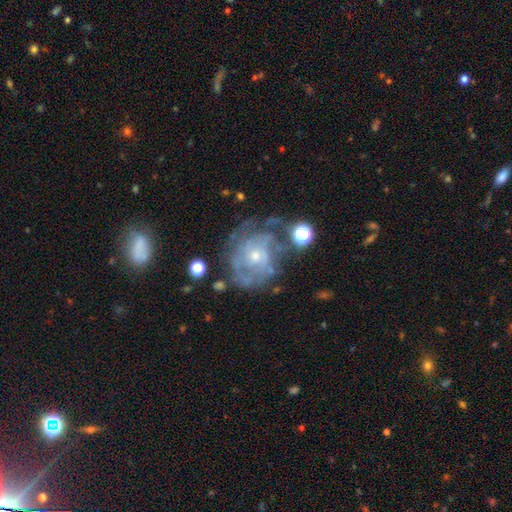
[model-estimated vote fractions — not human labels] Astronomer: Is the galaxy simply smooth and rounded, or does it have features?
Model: featured or disk — 79%.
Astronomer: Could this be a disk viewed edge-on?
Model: no — 97%.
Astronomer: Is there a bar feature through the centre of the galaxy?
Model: no — 78%.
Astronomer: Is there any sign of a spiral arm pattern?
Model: yes — 81%.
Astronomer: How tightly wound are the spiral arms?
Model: tight — 59%.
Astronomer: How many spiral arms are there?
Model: can't tell — 50%.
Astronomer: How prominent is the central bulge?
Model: small — 62%.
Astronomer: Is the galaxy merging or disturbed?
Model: none — 54%.